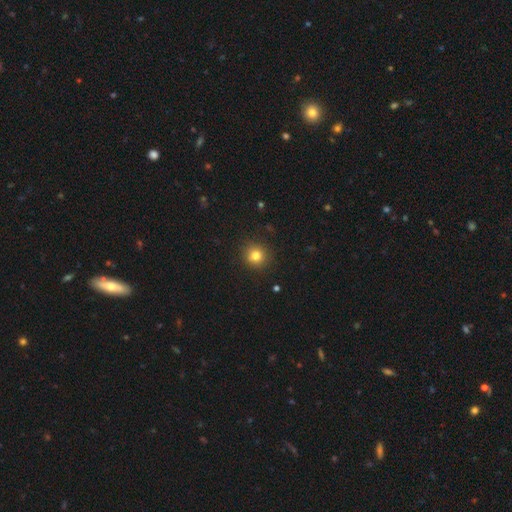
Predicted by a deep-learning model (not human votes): Smooth or featured?
  - smooth: 81% *
  - star or artifact: 13%
  - featured or disk: 6%
How rounded?
  - round: 91% *
  - in between: 8%
  - cigar-shaped: 1%
Merging?
  - none: 90% *
  - minor disturbance: 6%
  - major disturbance: 2%
  - merger: 1%